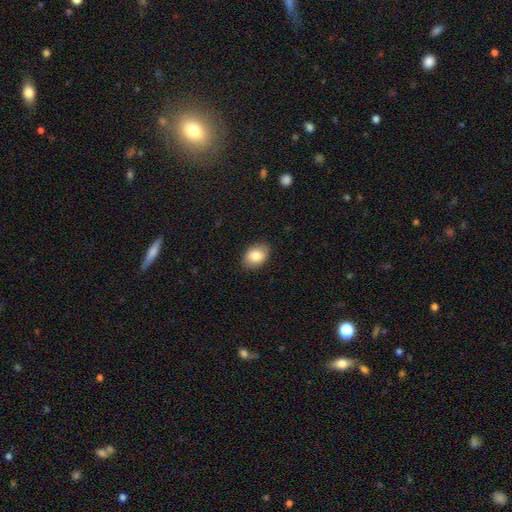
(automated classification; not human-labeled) Overall: smooth (84%). How rounded: in between (74%). Merging: none (86%).